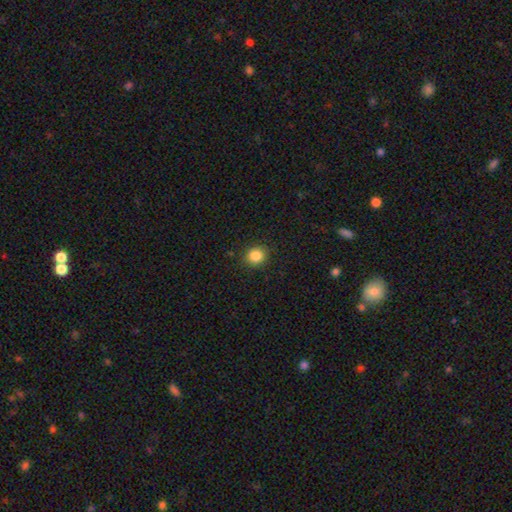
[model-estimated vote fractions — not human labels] Morphology: type=smooth (85%); roundness=round (86%); merging=none (90%).